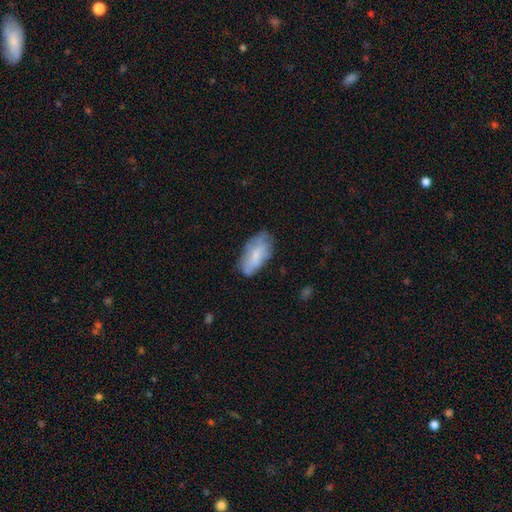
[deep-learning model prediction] Smooth or featured?
  - smooth: 66% *
  - featured or disk: 26%
  - star or artifact: 7%
How rounded?
  - in between: 92% *
  - cigar-shaped: 6%
  - round: 2%
Merging?
  - none: 62% *
  - minor disturbance: 26%
  - major disturbance: 9%
  - merger: 3%